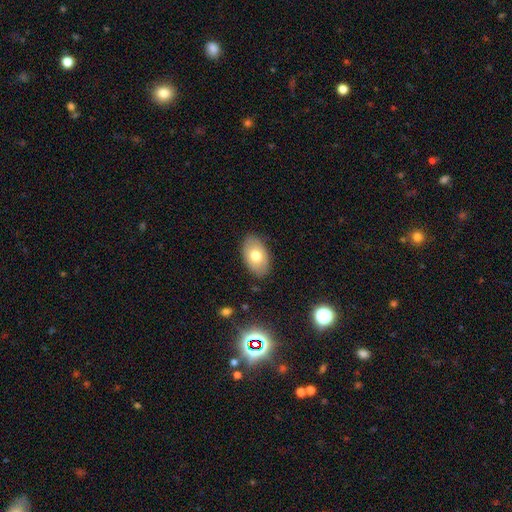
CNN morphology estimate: type=smooth (71%); roundness=in between (92%); merging=none (85%).